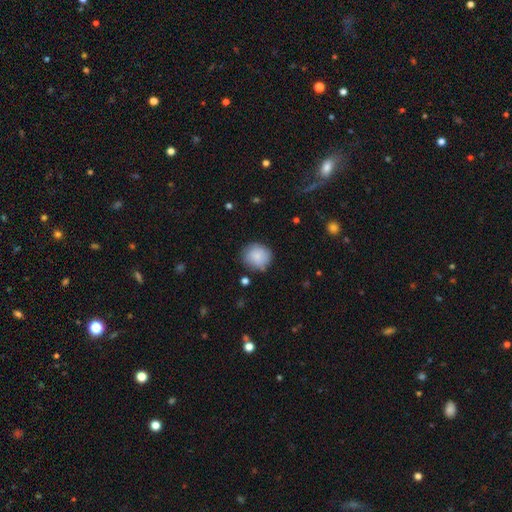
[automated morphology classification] type=smooth (82%); roundness=round (85%); merging=none (77%).